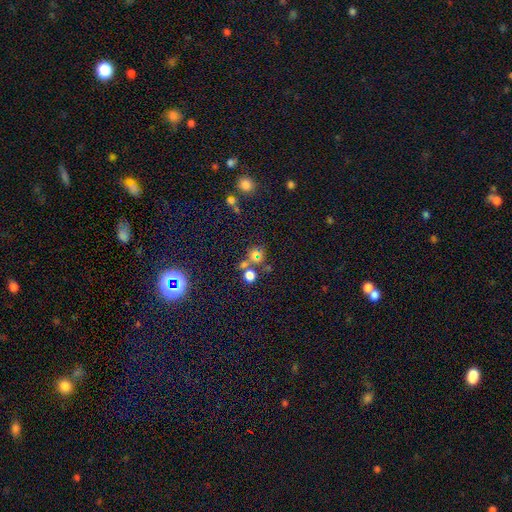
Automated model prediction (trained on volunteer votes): smooth 51%, star or artifact 35%, featured or disk 15%. Down the decision tree: how rounded — round (78%); merging — none (52%).